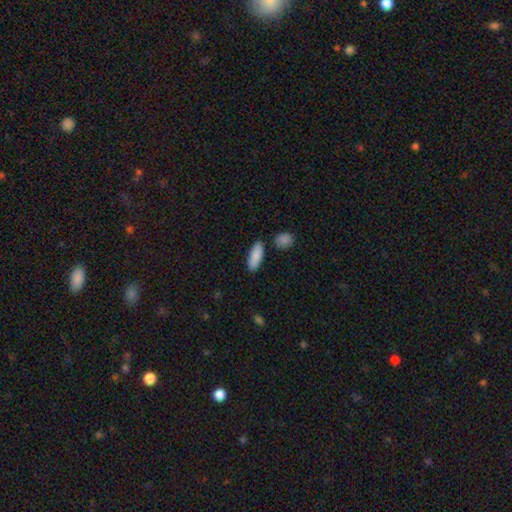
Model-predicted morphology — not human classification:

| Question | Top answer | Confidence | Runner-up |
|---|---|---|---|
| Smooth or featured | smooth | 88% | star or artifact (6%) |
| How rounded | in between | 74% | cigar-shaped (24%) |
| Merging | none | 83% | minor disturbance (10%) |